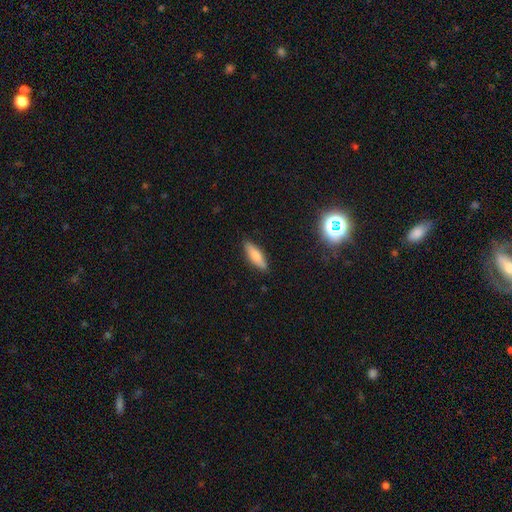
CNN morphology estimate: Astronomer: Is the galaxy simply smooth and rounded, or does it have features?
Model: smooth — 73%.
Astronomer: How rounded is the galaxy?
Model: cigar-shaped — 54% (runner-up: in between, 44%).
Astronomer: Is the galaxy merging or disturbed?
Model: none — 86%.